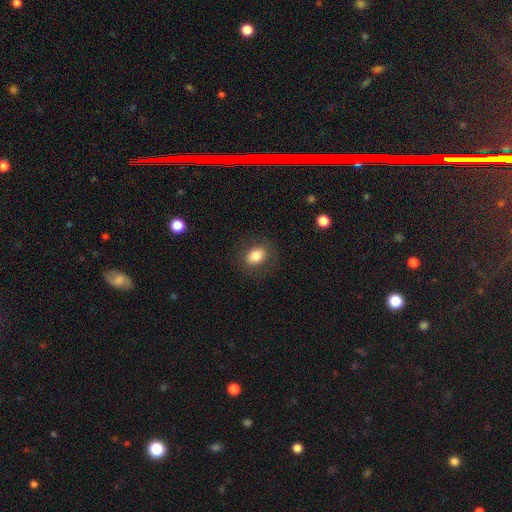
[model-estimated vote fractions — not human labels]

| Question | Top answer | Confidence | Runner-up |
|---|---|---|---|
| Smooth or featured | smooth | 81% | featured or disk (9%) |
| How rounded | in between | 67% | round (32%) |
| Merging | none | 83% | minor disturbance (11%) |